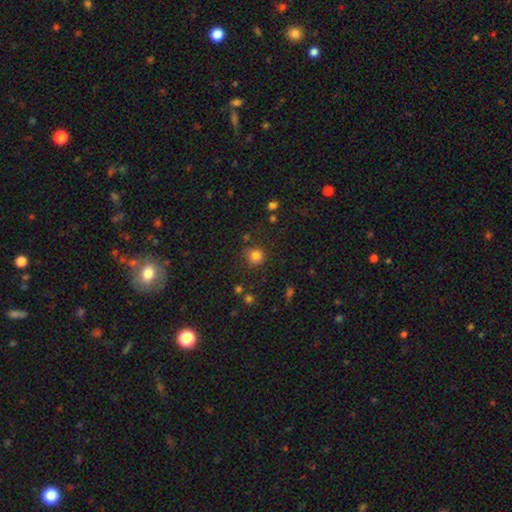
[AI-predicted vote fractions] A smooth galaxy with no disk features (81%) that is round (89%).

Vote fractions:
- Smooth or featured? smooth: 81% / star or artifact: 13% / featured or disk: 6%
- How rounded? round: 89% / in between: 10% / cigar-shaped: 1%
- Merging? none: 78% / minor disturbance: 14% / major disturbance: 4% / merger: 4%